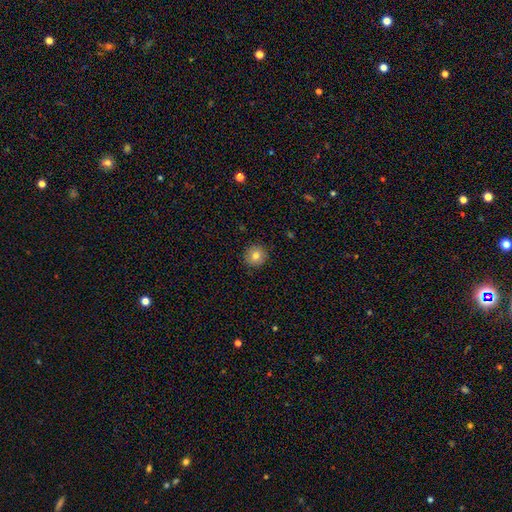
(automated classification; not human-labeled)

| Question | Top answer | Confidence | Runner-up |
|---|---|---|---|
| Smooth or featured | smooth | 78% | featured or disk (11%) |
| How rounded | round | 93% | in between (6%) |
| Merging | none | 91% | minor disturbance (7%) |